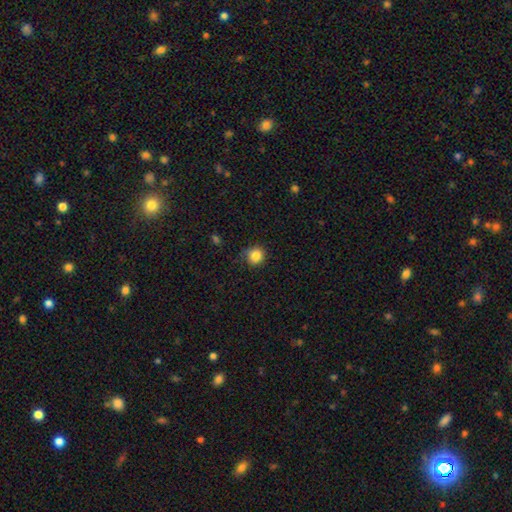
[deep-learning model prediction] Smooth or featured? smooth (84%)
How rounded? round (88%)
Merging? none (75%)